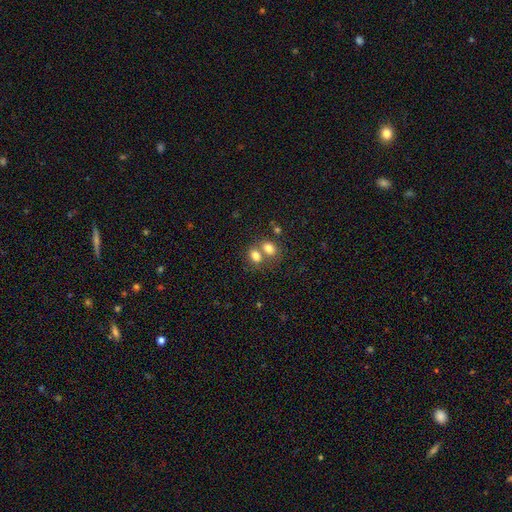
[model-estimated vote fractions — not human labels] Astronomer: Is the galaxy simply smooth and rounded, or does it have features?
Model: smooth — 78%.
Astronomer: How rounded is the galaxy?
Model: in between — 63%.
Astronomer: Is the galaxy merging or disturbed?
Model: merger — 56% (runner-up: none, 33%).